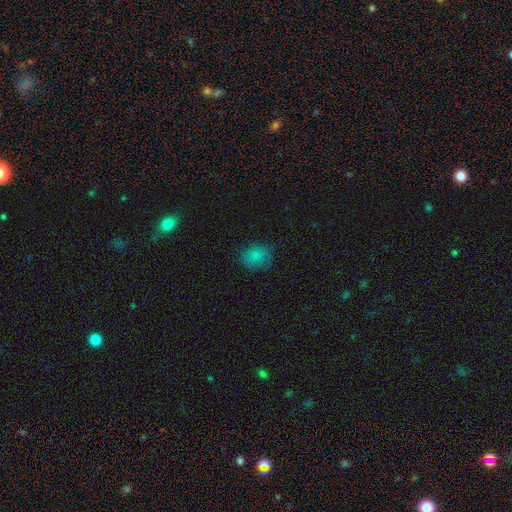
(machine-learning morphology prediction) smooth_or_featured: smooth (p=0.81) [alt: star or artifact p=0.12]
how_rounded: round (p=0.51) [alt: in between p=0.48]
merging: none (p=0.67) [alt: minor disturbance p=0.24]